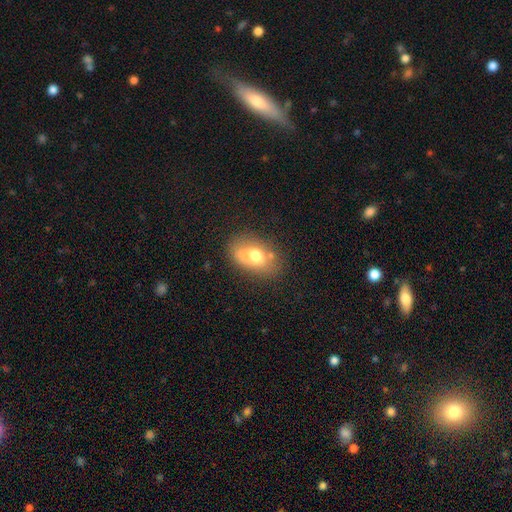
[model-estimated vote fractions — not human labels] Smooth or featured: smooth — 65% (featured or disk — 25%)
How rounded: in between — 81% (round — 16%)
Merging: none — 50% (minor disturbance — 22%)